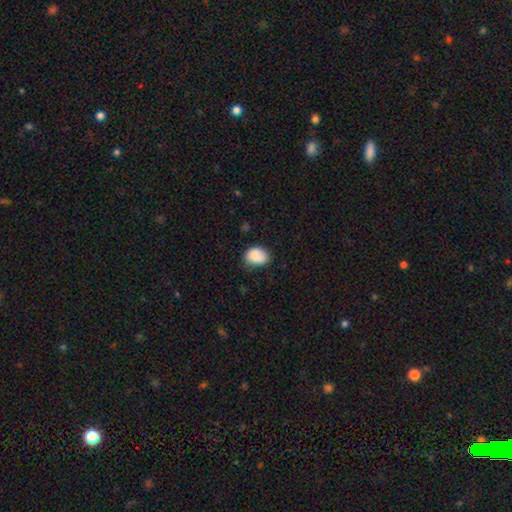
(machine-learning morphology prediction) The model was most divided on "how rounded": in between: 60%, round: 39%, cigar-shaped: 1%. More confident: smooth or featured — smooth (83%); merging — none (62%).